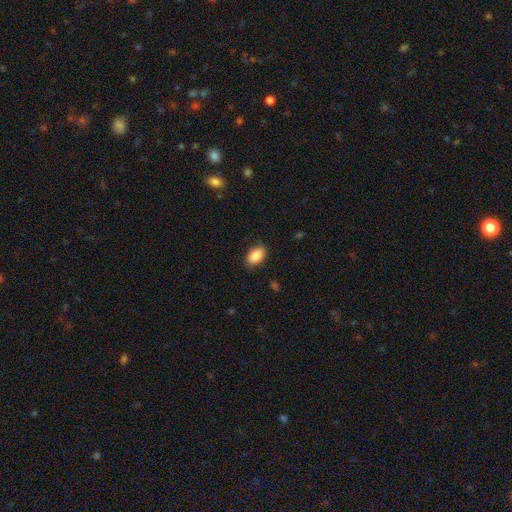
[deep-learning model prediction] Smooth or featured?
  - smooth: 89% *
  - star or artifact: 7%
  - featured or disk: 4%
How rounded?
  - in between: 91% *
  - round: 7%
  - cigar-shaped: 2%
Merging?
  - none: 84% *
  - minor disturbance: 12%
  - major disturbance: 3%
  - merger: 1%